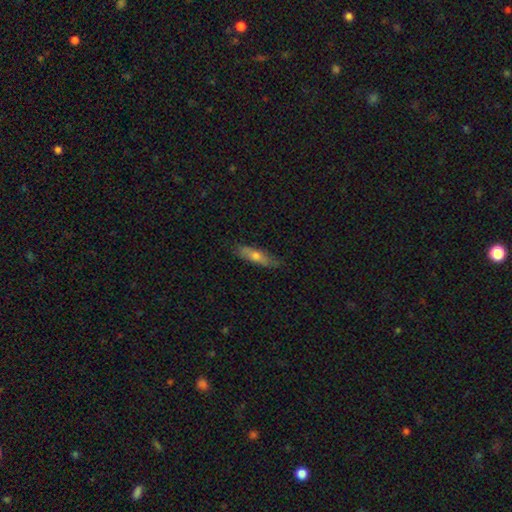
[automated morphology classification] This appears to be a smooth galaxy with no disk features (60%) that is cigar-shaped (66%). Merging: none (79%).